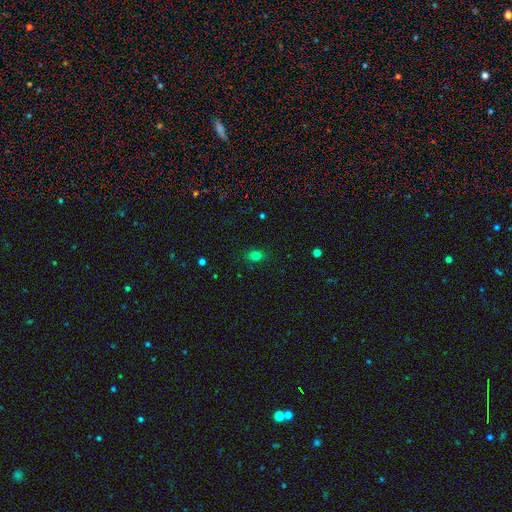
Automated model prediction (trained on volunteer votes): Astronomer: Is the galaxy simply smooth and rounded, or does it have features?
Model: smooth — 78%.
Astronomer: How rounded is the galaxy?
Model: in between — 70%.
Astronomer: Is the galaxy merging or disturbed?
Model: none — 85%.